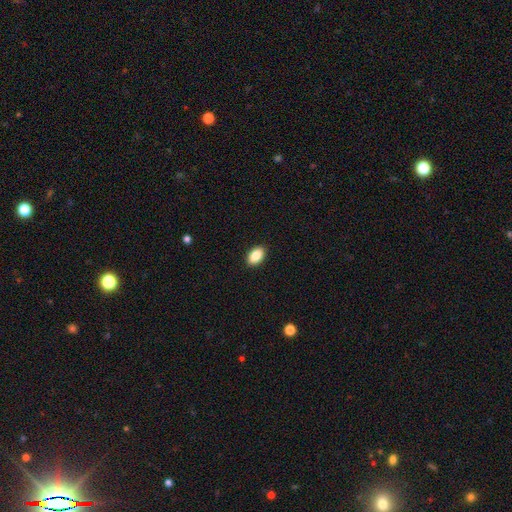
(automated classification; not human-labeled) Overall: smooth (87%). How rounded: in between (91%). Merging: none (91%).